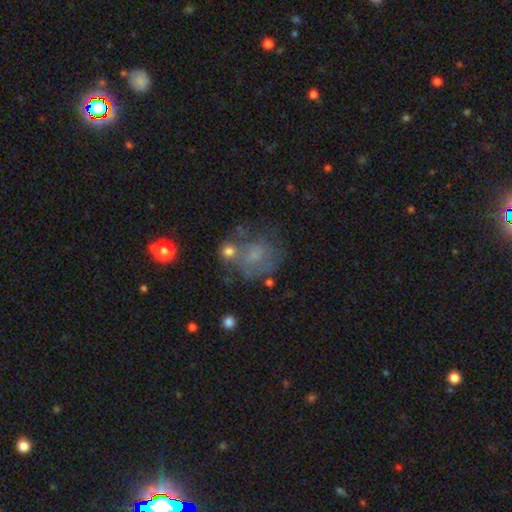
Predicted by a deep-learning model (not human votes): A featured or disk galaxy (45%). Merging: none (44%).